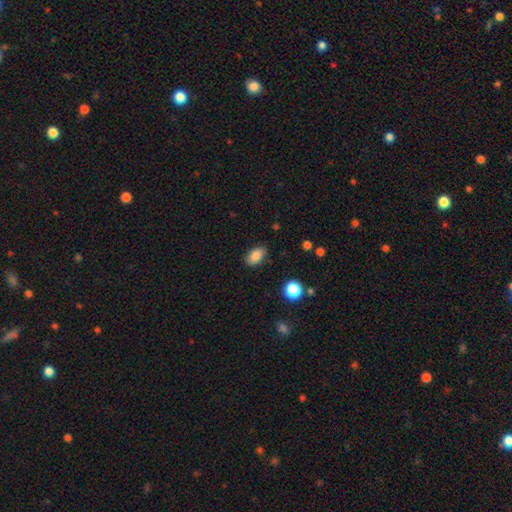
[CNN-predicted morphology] smooth_or_featured: smooth (p=0.86) [alt: star or artifact p=0.09]
how_rounded: in between (p=0.89) [alt: round p=0.09]
merging: none (p=0.86) [alt: minor disturbance p=0.11]